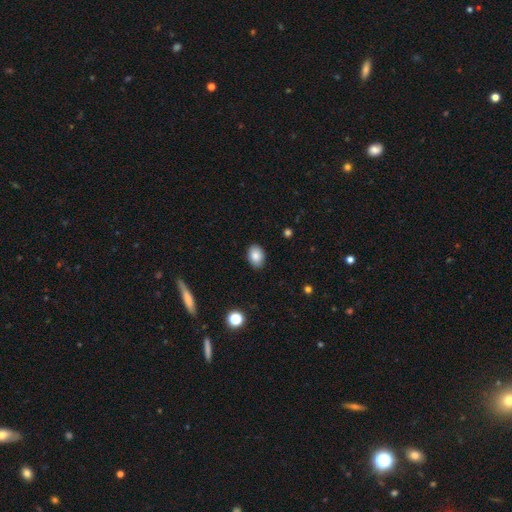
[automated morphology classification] This is clearly a smooth galaxy (85%). How rounded: likely in between (78%). Merging: clearly none (88%).